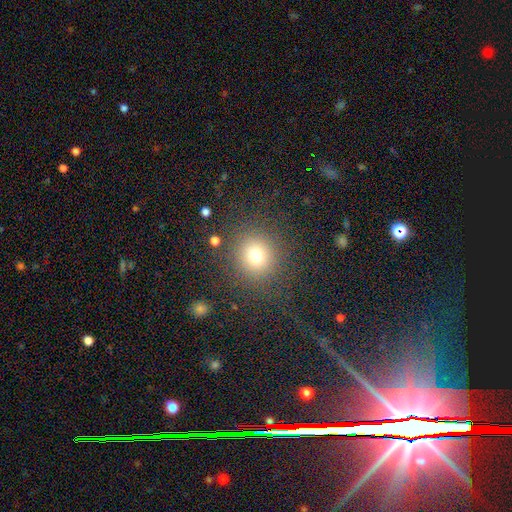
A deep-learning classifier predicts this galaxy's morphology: Smooth or featured? Predicted: smooth (p=0.73). How rounded? Predicted: round (p=0.90). Merging? Predicted: none (p=0.85).